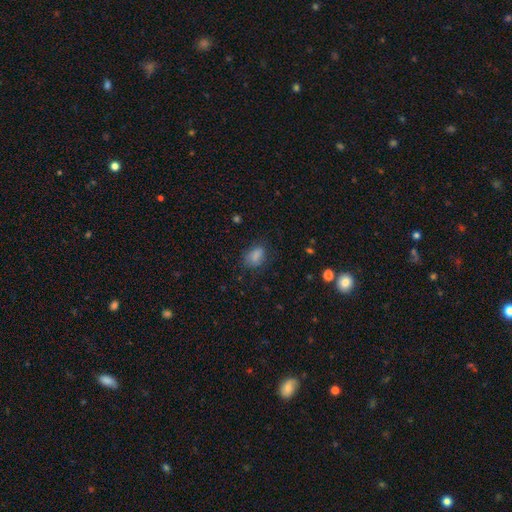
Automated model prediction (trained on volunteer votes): This appears to be a smooth galaxy with no disk features (81%) that is in between round and cigar-shaped (77%). Merging: none (69%).